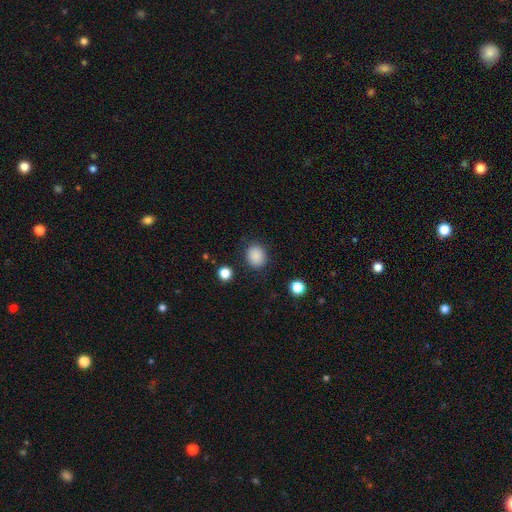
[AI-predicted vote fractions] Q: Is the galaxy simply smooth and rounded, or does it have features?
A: smooth — 87%.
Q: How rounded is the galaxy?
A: round — 74%.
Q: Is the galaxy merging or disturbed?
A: none — 86%.